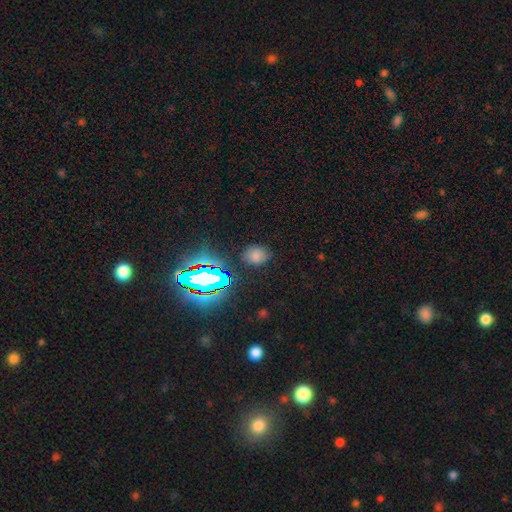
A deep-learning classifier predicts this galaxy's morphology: A smooth galaxy with no disk features (68%) that is round (53%). Merging: none (82%).